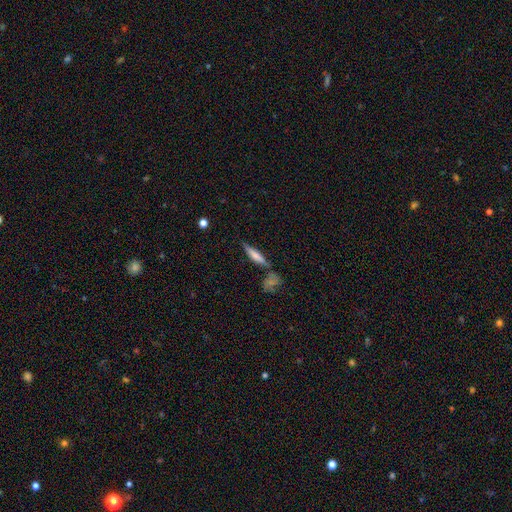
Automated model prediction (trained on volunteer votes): smooth-or-featured: smooth: 58% | featured or disk: 35% | star or artifact: 7%
  how-rounded: cigar-shaped: 82% | in between: 16% | round: 2%
  merging: none: 67% | merger: 15% | minor disturbance: 14% | major disturbance: 4%